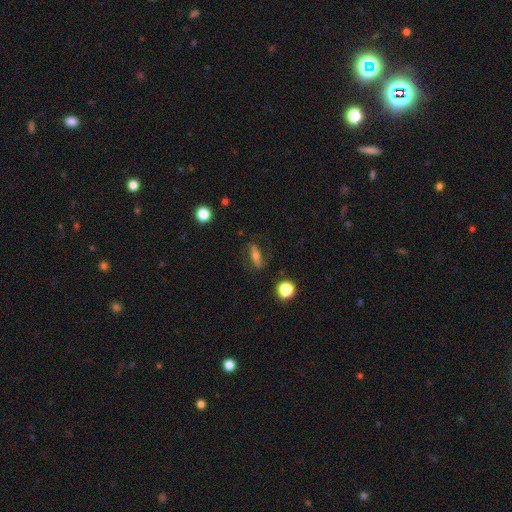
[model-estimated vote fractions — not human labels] Morphology: type=featured or disk (46%); merging=none (79%).